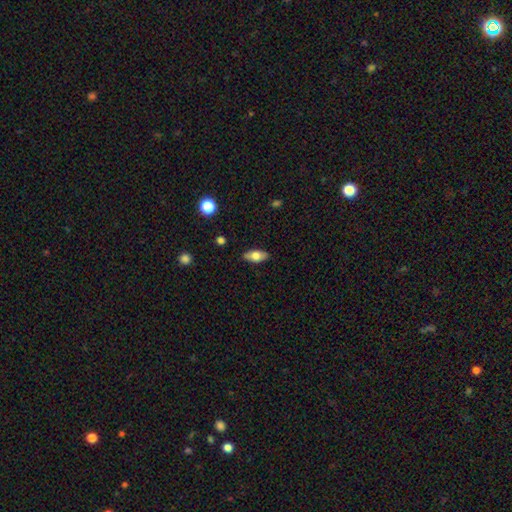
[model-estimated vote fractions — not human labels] Smooth or featured? Predicted: smooth (p=0.72). How rounded? Predicted: in between (p=0.84). Merging? Predicted: none (p=0.86).